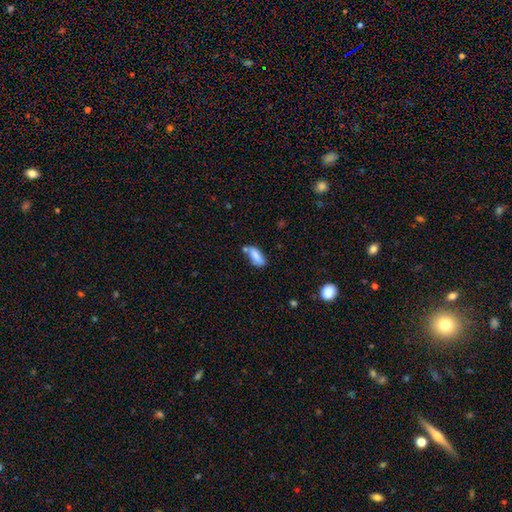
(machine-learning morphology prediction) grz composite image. It shows a smooth galaxy with no disk features (80%) that is in between round and cigar-shaped (78%). Merging: none (51%).